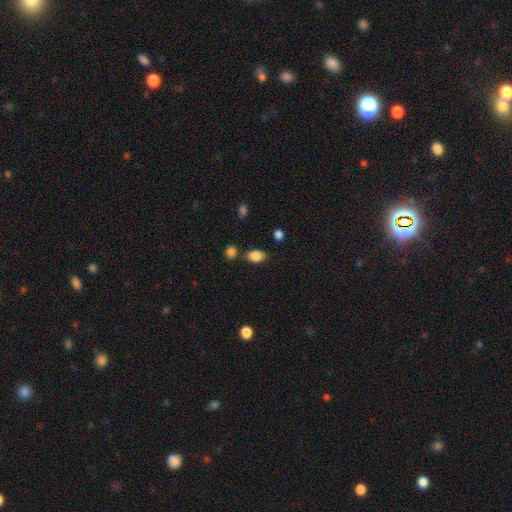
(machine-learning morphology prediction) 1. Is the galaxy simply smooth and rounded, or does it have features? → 85% smooth, 9% star or artifact, 6% featured or disk.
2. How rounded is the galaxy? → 85% in between, 13% round, 2% cigar-shaped.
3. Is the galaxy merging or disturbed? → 74% none, 14% minor disturbance, 8% merger, 4% major disturbance.